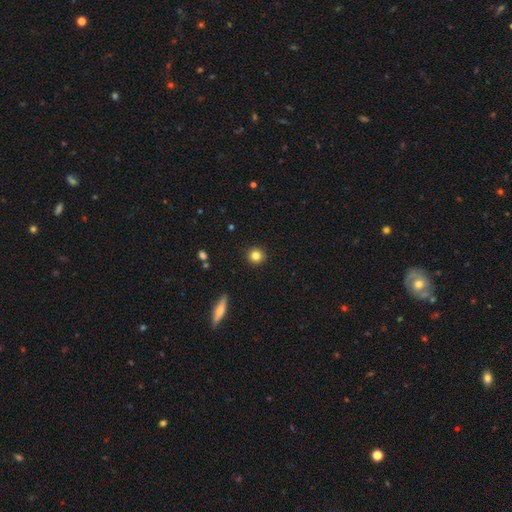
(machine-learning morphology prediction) smooth_or_featured: smooth (p=0.82) [alt: star or artifact p=0.11]
how_rounded: round (p=0.93) [alt: in between p=0.06]
merging: none (p=0.92) [alt: minor disturbance p=0.05]